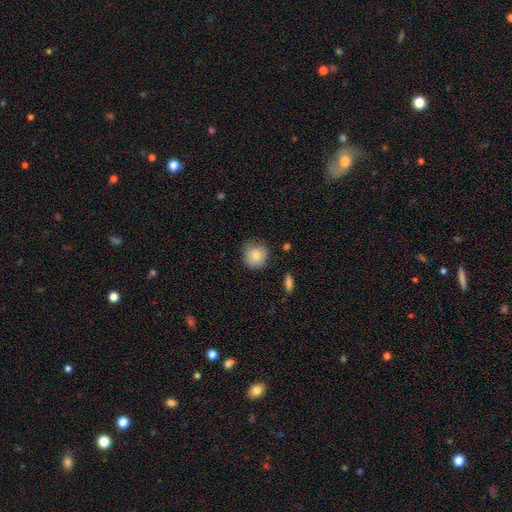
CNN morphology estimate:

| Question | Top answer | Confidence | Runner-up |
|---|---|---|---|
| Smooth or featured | smooth | 81% | featured or disk (11%) |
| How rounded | round | 88% | in between (11%) |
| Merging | none | 73% | minor disturbance (22%) |